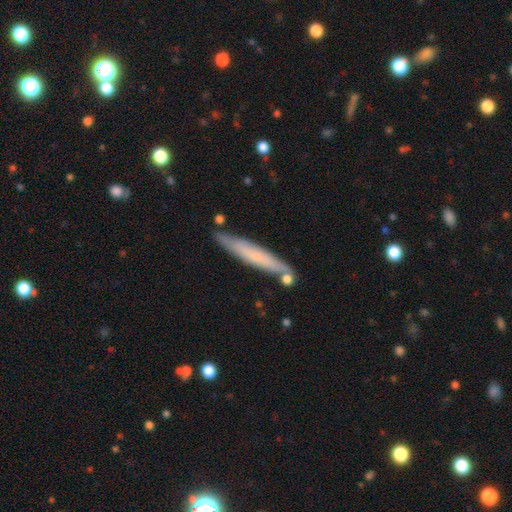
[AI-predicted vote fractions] A smooth galaxy with no disk features (59%) that is cigar-shaped (94%). Merging: none (80%).